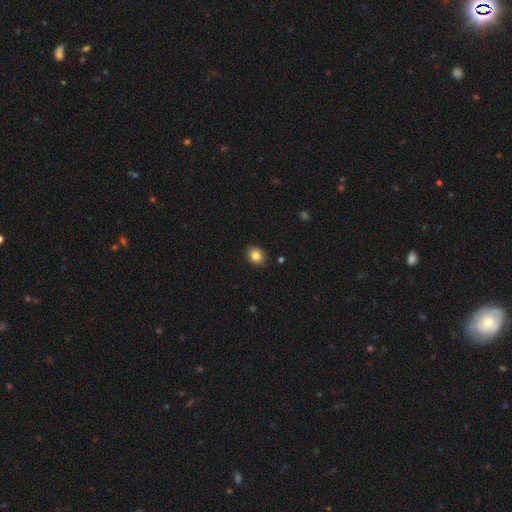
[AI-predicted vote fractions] This is clearly a smooth galaxy (83%). How rounded: likely round (64%). Merging: clearly none (89%).